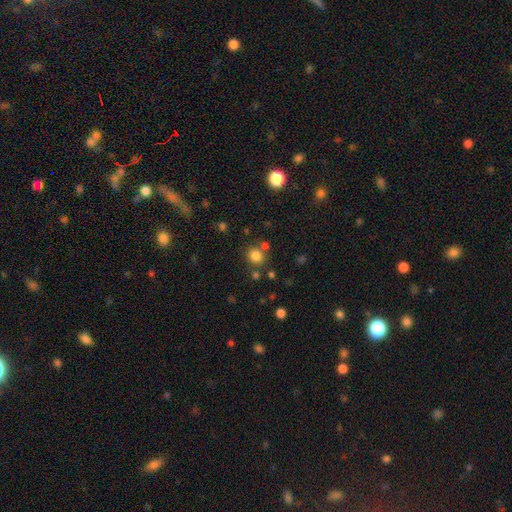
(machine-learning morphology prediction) smooth-or-featured: smooth: 81% | star or artifact: 14% | featured or disk: 5%
  how-rounded: round: 84% | in between: 15% | cigar-shaped: 1%
  merging: none: 77% | merger: 10% | minor disturbance: 9% | major disturbance: 3%